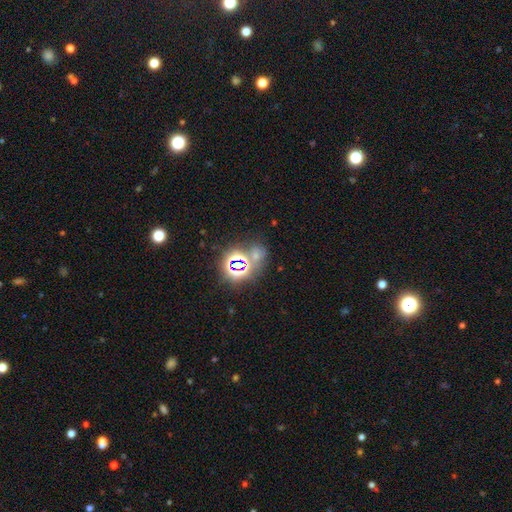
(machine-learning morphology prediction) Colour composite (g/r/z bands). It shows a star or artifact, not a galaxy (70%).